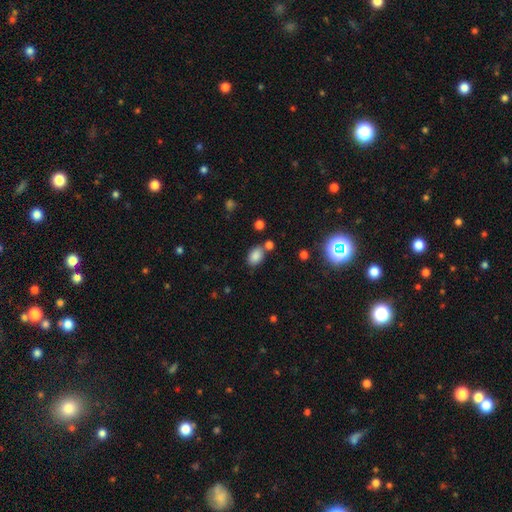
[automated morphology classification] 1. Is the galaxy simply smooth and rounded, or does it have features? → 83% smooth, 11% star or artifact, 5% featured or disk.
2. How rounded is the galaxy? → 83% in between, 16% round, 1% cigar-shaped.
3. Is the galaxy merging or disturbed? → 68% none, 14% minor disturbance, 13% merger, 4% major disturbance.